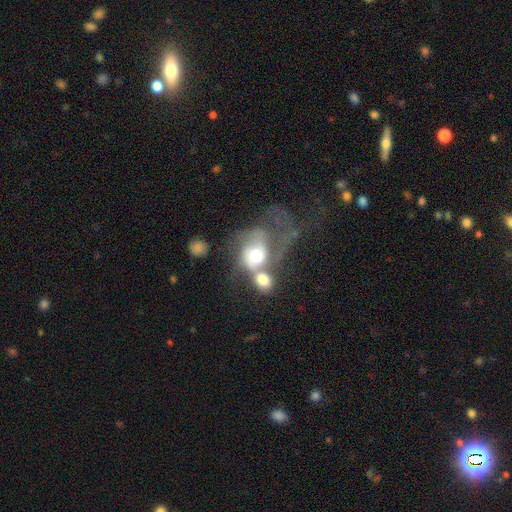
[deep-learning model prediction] smooth_or_featured: featured or disk (p=0.48) [alt: smooth p=0.43]
merging: merger (p=0.61) [alt: major disturbance p=0.23]